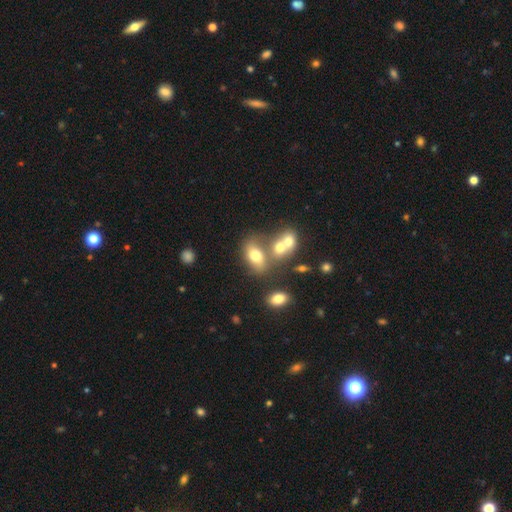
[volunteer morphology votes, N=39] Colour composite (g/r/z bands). It shows a smooth galaxy with no disk features (67%) that is in between round and cigar-shaped (85%). Merging: none (47%).